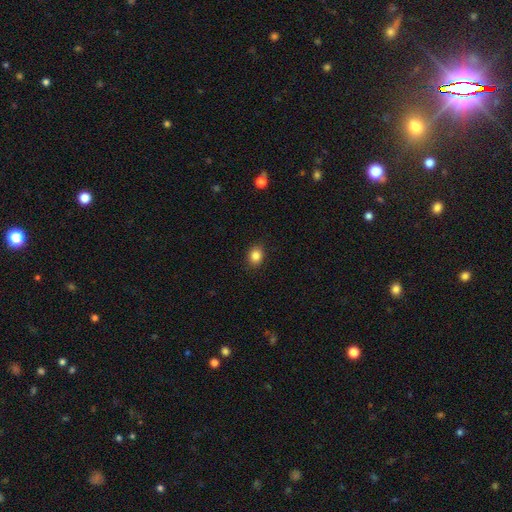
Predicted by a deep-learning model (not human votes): This appears to be a smooth galaxy with no disk features (85%) that is round (57%). Merging: none (89%).